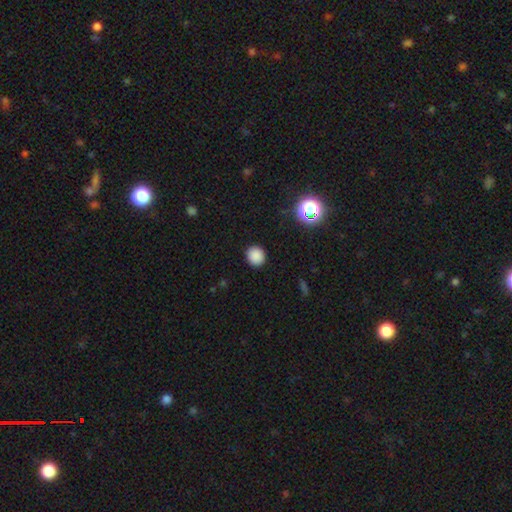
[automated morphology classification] Overall: smooth (85%). How rounded: round (89%). Merging: none (91%).